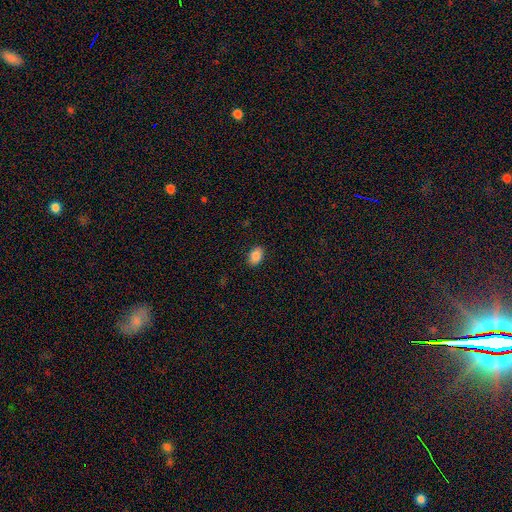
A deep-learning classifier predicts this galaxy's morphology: Overall: smooth (86%). How rounded: in between (85%). Merging: none (88%).